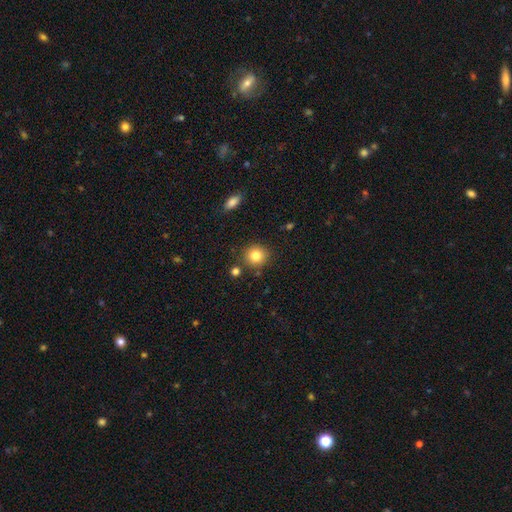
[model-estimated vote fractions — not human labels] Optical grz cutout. It shows a smooth galaxy with no disk features (82%) that is round (88%). Merging: none (84%).